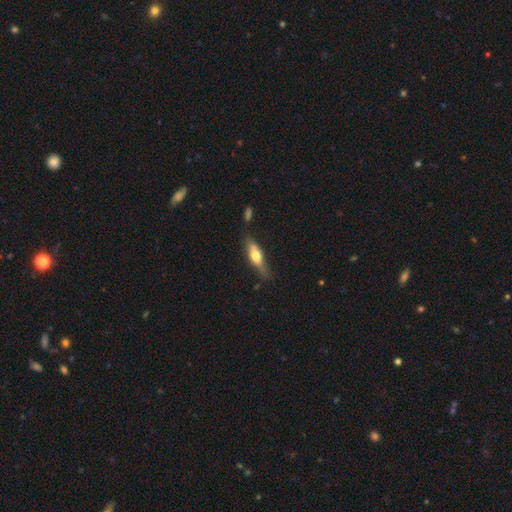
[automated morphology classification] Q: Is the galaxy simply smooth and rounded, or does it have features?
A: featured or disk — 48%.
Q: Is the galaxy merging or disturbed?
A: none — 70%.